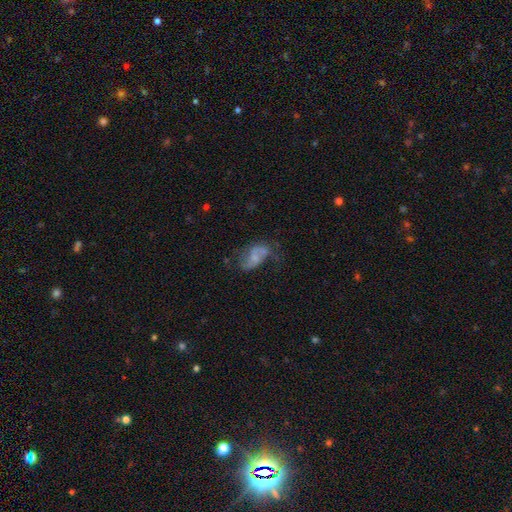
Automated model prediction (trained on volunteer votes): Smooth or featured? featured or disk (60%)
Edge-on disk? no (97%)
Bar? no (57%)
Spiral arms? yes (79%)
Bulge size? small (42%)
Merging? none (43%)